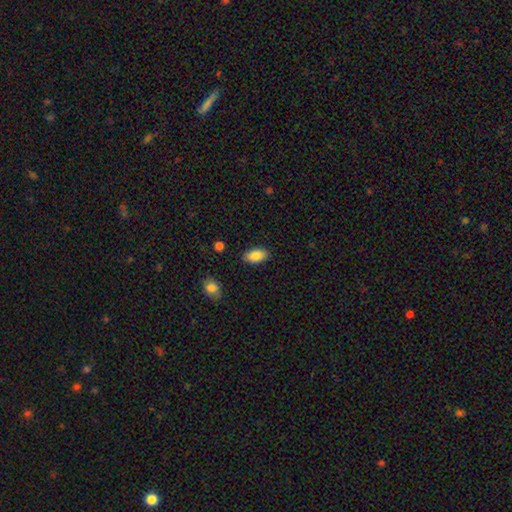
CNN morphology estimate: Smooth or featured: smooth — 87% (star or artifact — 7%)
How rounded: in between — 94% (round — 3%)
Merging: none — 87% (minor disturbance — 9%)